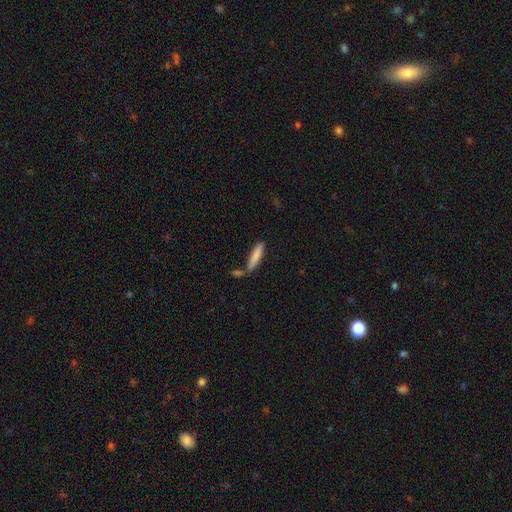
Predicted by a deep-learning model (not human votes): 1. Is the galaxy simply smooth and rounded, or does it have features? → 81% smooth, 13% featured or disk, 6% star or artifact.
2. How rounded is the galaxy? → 83% cigar-shaped, 15% in between, 1% round.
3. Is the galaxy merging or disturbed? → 66% none, 15% merger, 15% minor disturbance, 4% major disturbance.